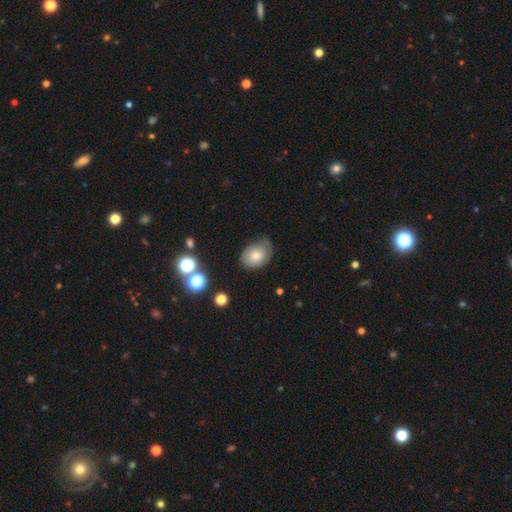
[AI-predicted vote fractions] Smooth or featured? Predicted: smooth (p=0.73). How rounded? Predicted: in between (p=0.64). Merging? Predicted: none (p=0.52).